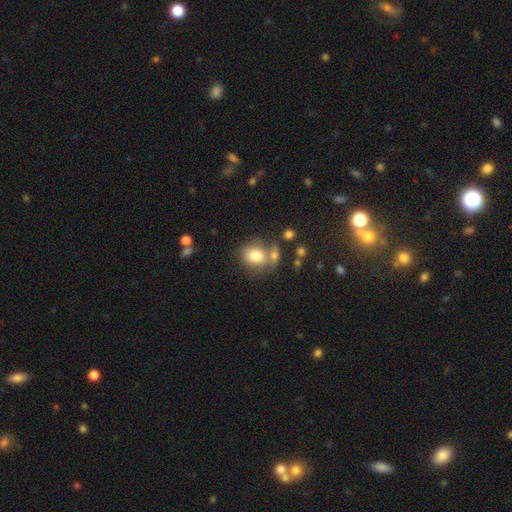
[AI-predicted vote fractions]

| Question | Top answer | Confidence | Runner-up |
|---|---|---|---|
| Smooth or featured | smooth | 79% | featured or disk (12%) |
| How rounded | round | 61% | in between (37%) |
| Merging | none | 53% | merger (27%) |